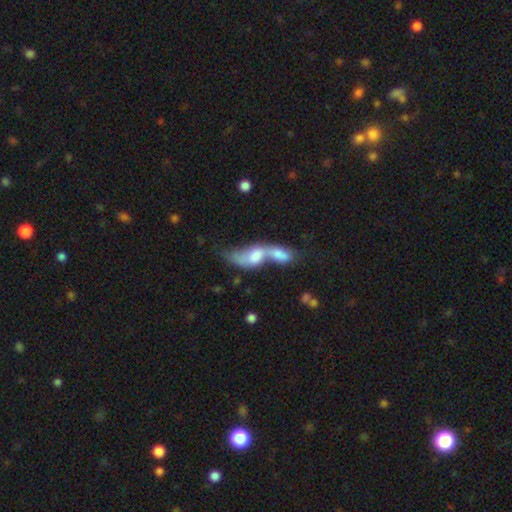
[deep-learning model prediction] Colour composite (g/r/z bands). It shows a smooth galaxy with no disk features (51%) that is in between round and cigar-shaped (72%). Merging: merger (80%).